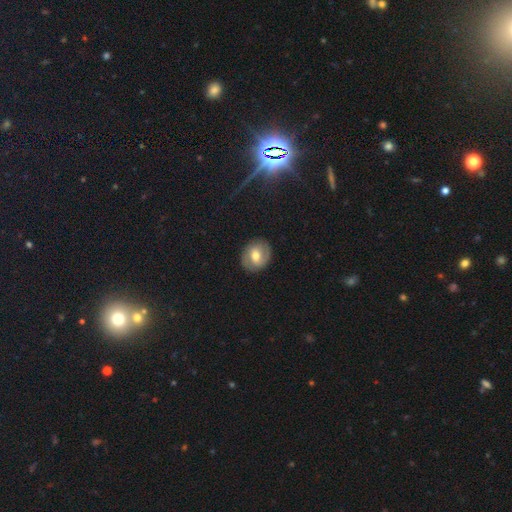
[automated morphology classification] Smooth or featured? smooth (47%)
Merging? none (86%)